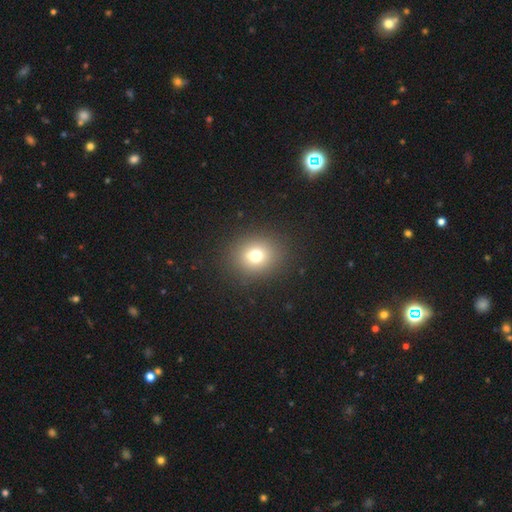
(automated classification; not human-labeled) smooth 72%, star or artifact 16%, featured or disk 12%. Down the decision tree: how rounded — round (73%); merging — none (88%).